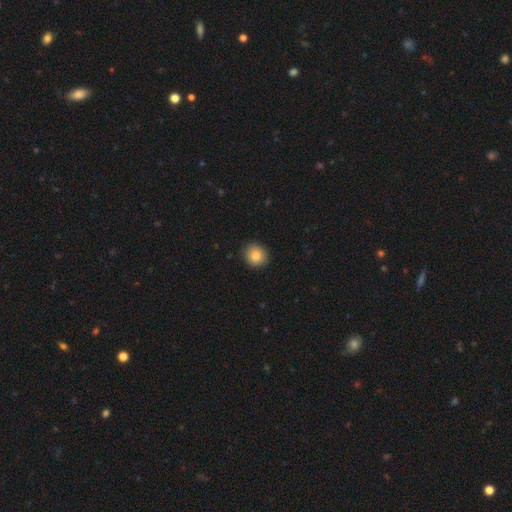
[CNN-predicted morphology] Smooth or featured? Predicted: smooth (p=0.86). How rounded? Predicted: round (p=0.81). Merging? Predicted: none (p=0.88).